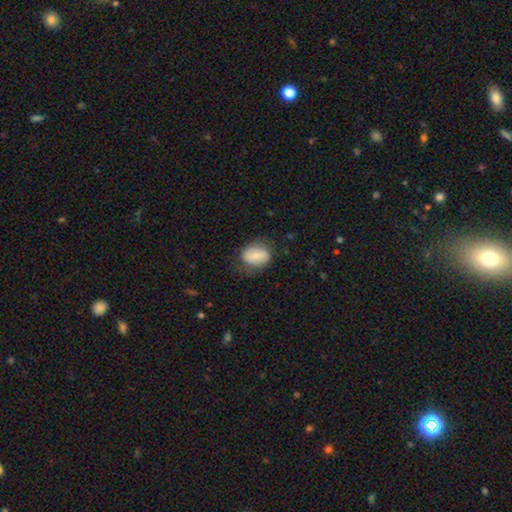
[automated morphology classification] Q: Smooth or featured?
A: smooth (69%); runner-up: featured or disk (24%)
Q: How rounded?
A: in between (64%); runner-up: round (35%)
Q: Merging?
A: none (65%); runner-up: minor disturbance (25%)